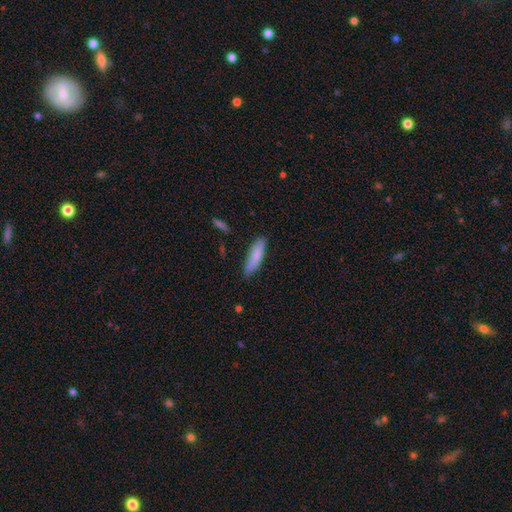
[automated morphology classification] Overall: smooth (81%). How rounded: cigar-shaped (62%; in between 37%). Merging: none (82%).